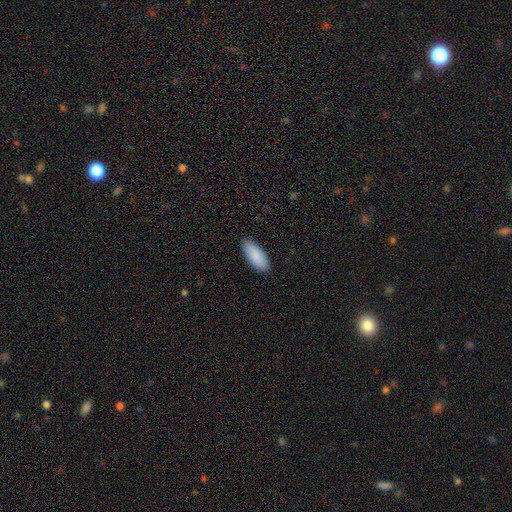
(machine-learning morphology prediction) This appears to be a smooth galaxy with no disk features (90%) that is in between round and cigar-shaped (86%). Merging: none (88%).